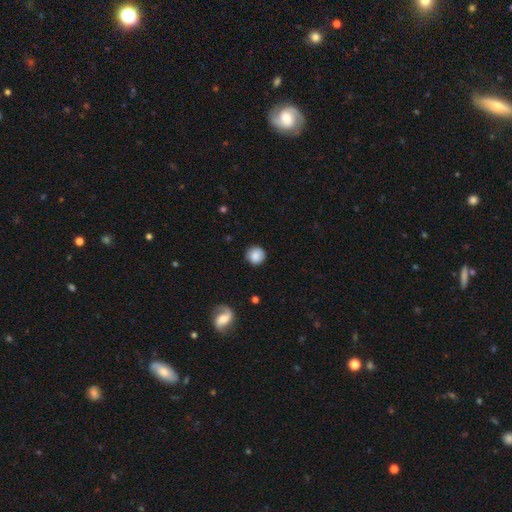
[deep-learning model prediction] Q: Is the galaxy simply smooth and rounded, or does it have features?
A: smooth — 83%.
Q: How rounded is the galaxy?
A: round — 93%.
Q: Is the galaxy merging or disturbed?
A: none — 86%.